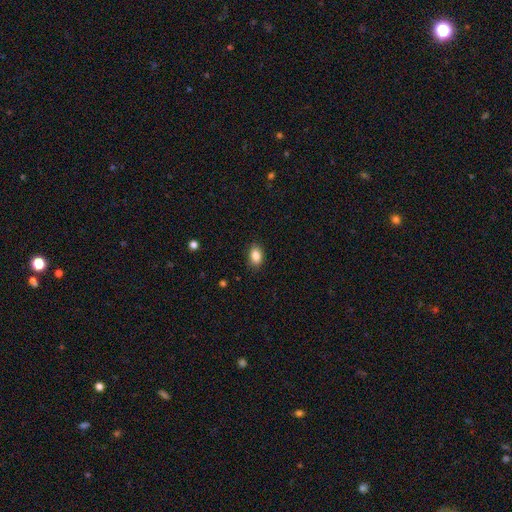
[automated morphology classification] Smooth or featured?
  - smooth: 86% *
  - star or artifact: 8%
  - featured or disk: 5%
How rounded?
  - in between: 84% *
  - round: 15%
  - cigar-shaped: 1%
Merging?
  - none: 87% *
  - minor disturbance: 10%
  - major disturbance: 2%
  - merger: 1%